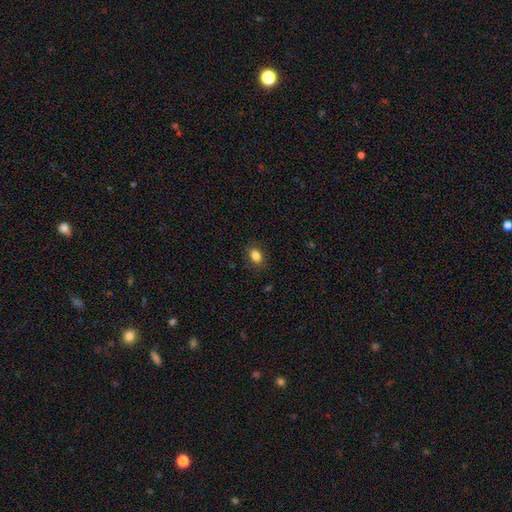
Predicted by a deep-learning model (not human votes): This is clearly a smooth galaxy (85%). How rounded: likely in between (76%). Merging: clearly none (84%).